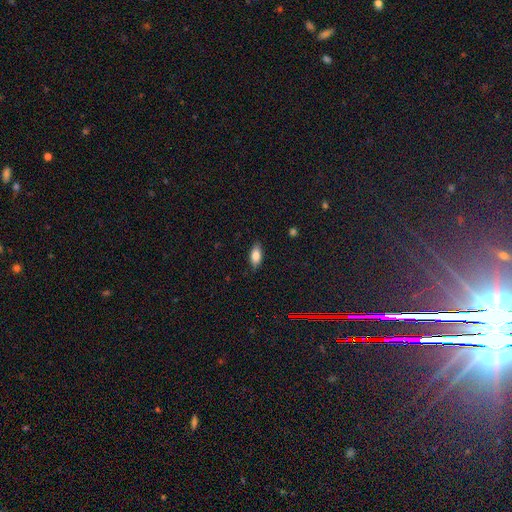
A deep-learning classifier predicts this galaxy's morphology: Smooth or featured: smooth — 79% (featured or disk — 13%)
How rounded: in between — 82% (cigar-shaped — 15%)
Merging: none — 85% (minor disturbance — 12%)